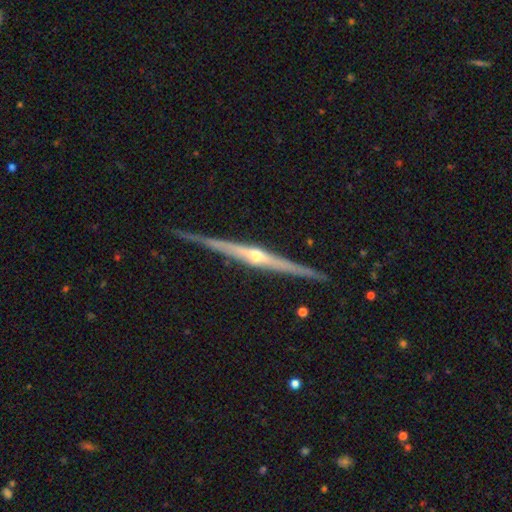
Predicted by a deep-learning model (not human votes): Smooth or featured? featured or disk (86%)
Edge-on disk? yes (98%)
Edge-on bulge? rounded (87%)
Merging? none (87%)